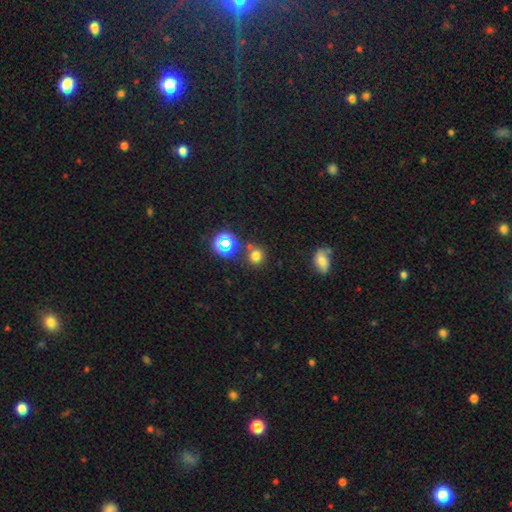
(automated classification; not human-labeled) smooth_or_featured: smooth (p=0.72) [alt: star or artifact p=0.22]
how_rounded: round (p=0.86) [alt: in between p=0.13]
merging: none (p=0.75) [alt: merger p=0.12]